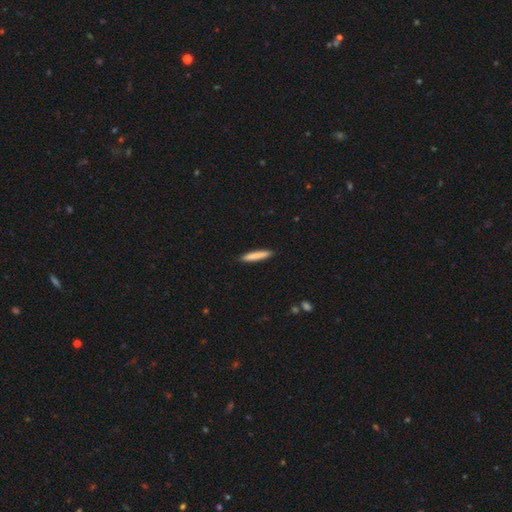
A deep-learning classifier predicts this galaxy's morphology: smooth-or-featured: smooth: 82% | featured or disk: 13% | star or artifact: 5%
  how-rounded: cigar-shaped: 93% | in between: 6% | round: 1%
  merging: none: 90% | minor disturbance: 7% | major disturbance: 1% | merger: 1%